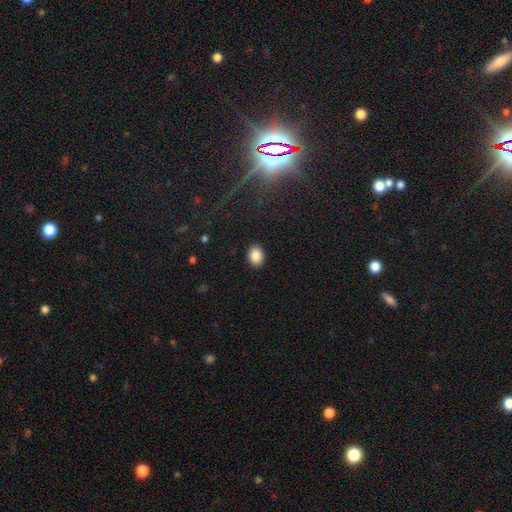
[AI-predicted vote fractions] The model was most divided on "how rounded": in between: 66%, round: 33%, cigar-shaped: 1%. More confident: merging — none (90%); smooth or featured — smooth (87%).